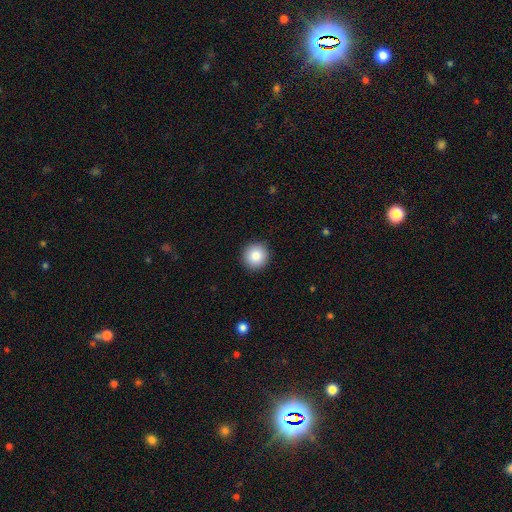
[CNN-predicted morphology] Overall: smooth (85%). How rounded: round (94%). Merging: none (92%).